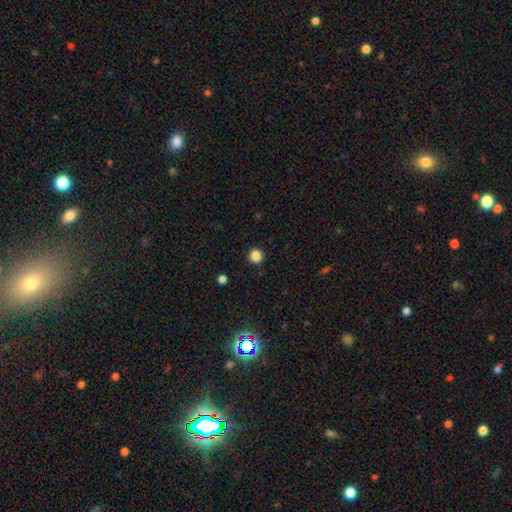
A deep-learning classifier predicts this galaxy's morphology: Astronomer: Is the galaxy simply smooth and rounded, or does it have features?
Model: smooth — 85%.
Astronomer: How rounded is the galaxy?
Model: round — 90%.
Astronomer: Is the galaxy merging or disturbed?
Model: none — 92%.